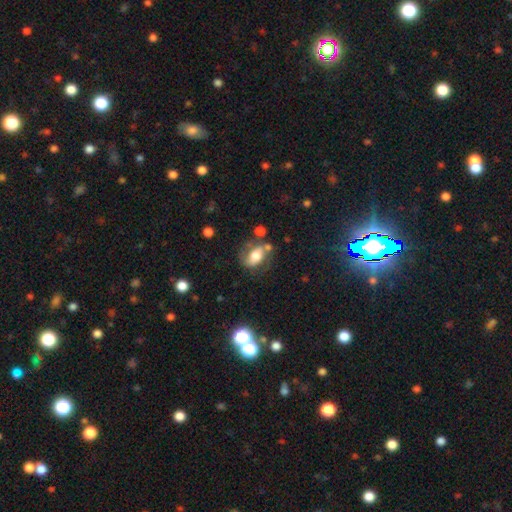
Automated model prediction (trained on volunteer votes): Smooth or featured? smooth (49%)
Merging? none (50%)